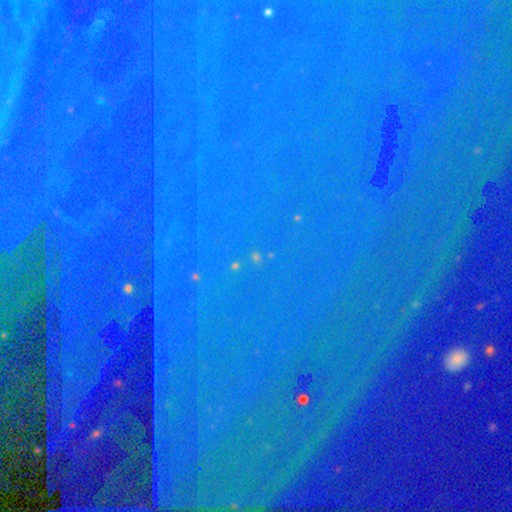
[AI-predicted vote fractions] A star or artifact, not a galaxy (87%).

Vote fractions:
- Smooth or featured? star or artifact: 87% / featured or disk: 7% / smooth: 6%